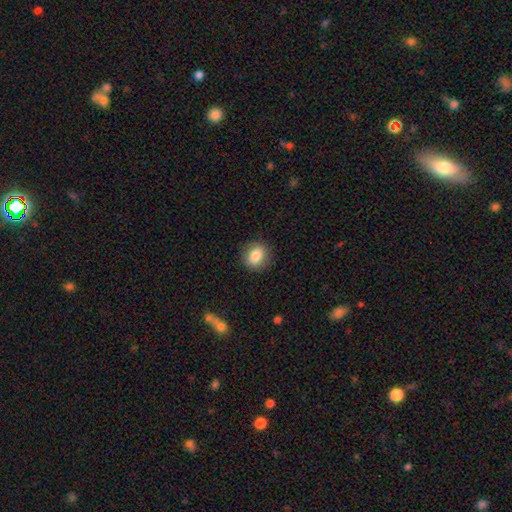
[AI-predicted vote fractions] smooth_or_featured: smooth (p=0.83) [alt: featured or disk p=0.08]
how_rounded: round (p=0.71) [alt: in between p=0.28]
merging: none (p=0.87) [alt: minor disturbance p=0.09]